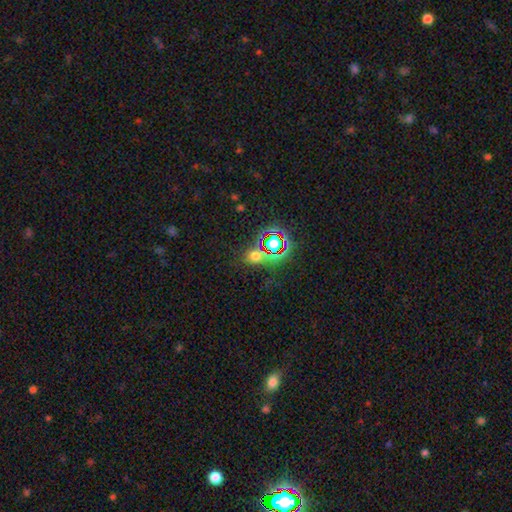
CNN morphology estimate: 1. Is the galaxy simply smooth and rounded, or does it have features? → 51% smooth, 40% star or artifact, 9% featured or disk.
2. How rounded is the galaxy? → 68% round, 30% in between, 2% cigar-shaped.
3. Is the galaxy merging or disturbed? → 70% none, 12% minor disturbance, 12% merger, 6% major disturbance.